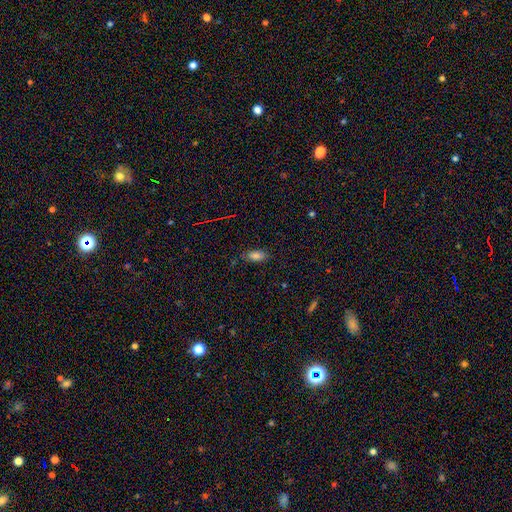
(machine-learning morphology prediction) The model was most divided on "merging": none: 74%, minor disturbance: 19%, major disturbance: 5%, merger: 3%. More confident: how rounded — in between (88%); smooth or featured — smooth (81%).